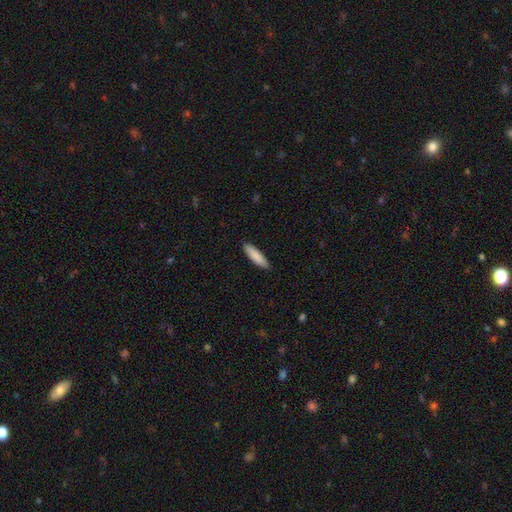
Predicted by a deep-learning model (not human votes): Morphology: type=smooth (86%); roundness=cigar-shaped (73%); merging=none (89%).